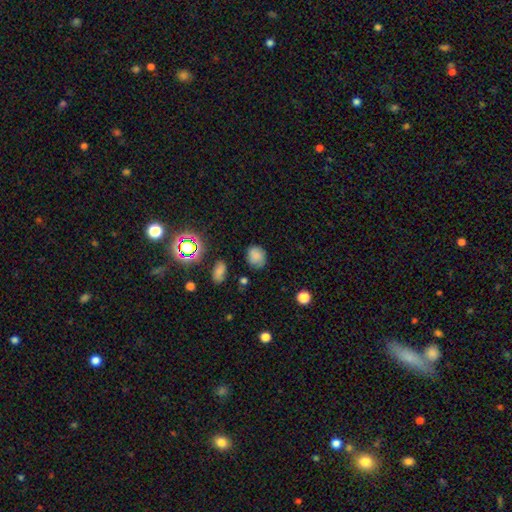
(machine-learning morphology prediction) Smooth or featured? smooth (78%)
How rounded? round (59%)
Merging? none (72%)